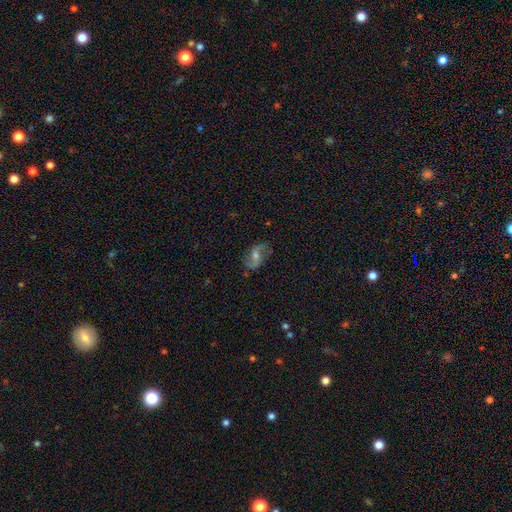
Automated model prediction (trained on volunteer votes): Smooth or featured?
  - featured or disk: 77% *
  - smooth: 13%
  - star or artifact: 10%
Edge-on disk?
  - no: 96% *
  - yes: 4%
Bar?
  - no: 43% *
  - weak: 41%
  - strong: 15%
Spiral arms?
  - yes: 93% *
  - no: 7%
Spiral winding?
  - loose: 47% *
  - medium: 40%
  - tight: 13%
Spiral arm count?
  - 2: 91% *
  - can't tell: 4%
  - 1: 2%
  - 3: 1%
  - 4: 1%
  - more than 4: 1%
Bulge size?
  - moderate: 60% *
  - small: 31%
  - large: 5%
  - none: 3%
  - dominant: 1%
Merging?
  - none: 79% *
  - minor disturbance: 14%
  - major disturbance: 6%
  - merger: 1%